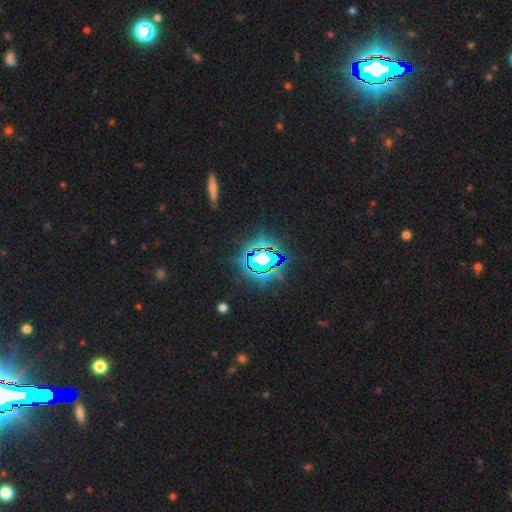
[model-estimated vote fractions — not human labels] Q: Smooth or featured?
A: star or artifact (75%); runner-up: smooth (13%)